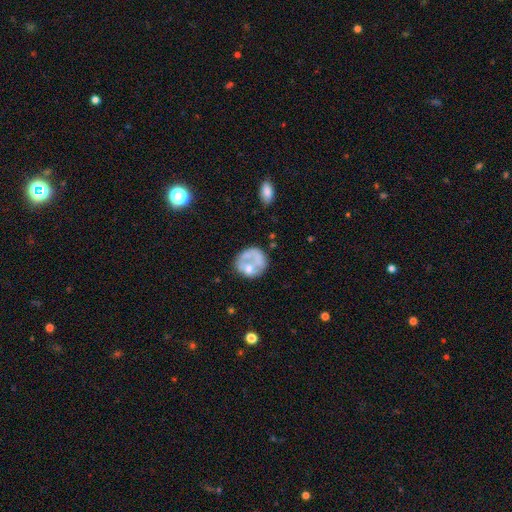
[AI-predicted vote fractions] A smooth galaxy with no disk features (47%).

Vote fractions:
- Smooth or featured? smooth: 47% / featured or disk: 45% / star or artifact: 8%
- Merging? none: 44% / major disturbance: 22% / minor disturbance: 21% / merger: 13%